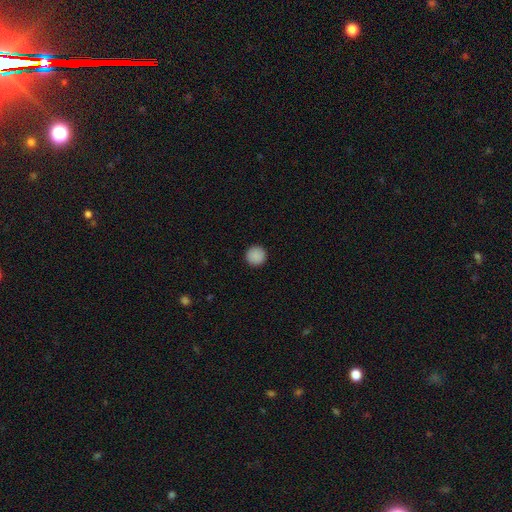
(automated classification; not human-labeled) A smooth galaxy with no disk features (89%) that is round (96%). Merging: none (93%).